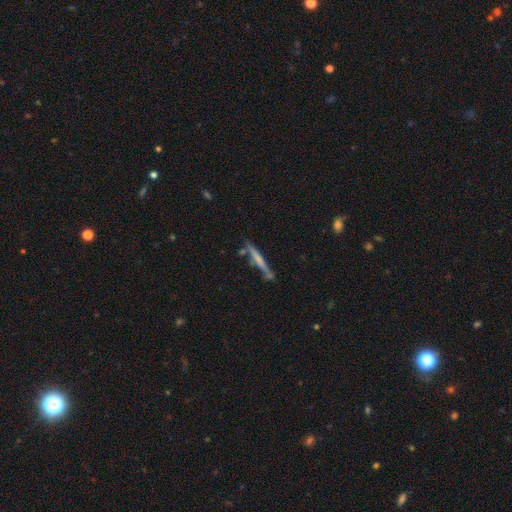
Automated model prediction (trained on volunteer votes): featured or disk 54%, smooth 38%, star or artifact 7%. Down the decision tree: edge-on disk — yes (95%); edge-on bulge — none (56%); merging — none (77%).